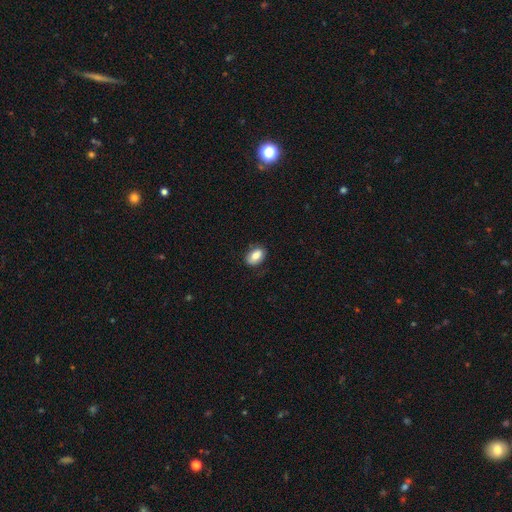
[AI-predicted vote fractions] Smooth or featured: smooth — 83% (featured or disk — 10%)
How rounded: in between — 90% (round — 8%)
Merging: none — 79% (minor disturbance — 16%)